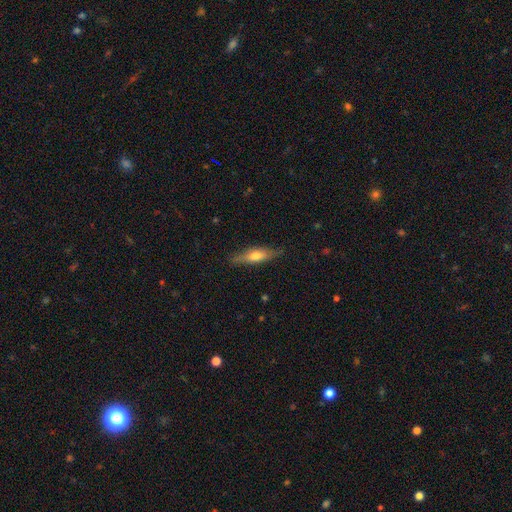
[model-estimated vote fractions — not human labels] smooth-or-featured: smooth: 48% | featured or disk: 46% | star or artifact: 6%
  merging: none: 80% | minor disturbance: 15% | major disturbance: 3% | merger: 1%